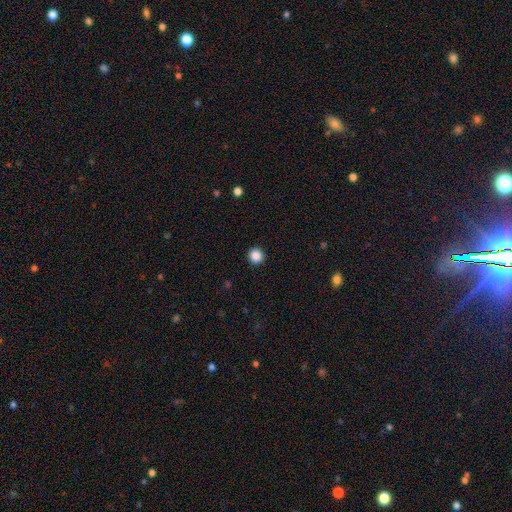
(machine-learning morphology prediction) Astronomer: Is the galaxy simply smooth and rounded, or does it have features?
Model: smooth — 87%.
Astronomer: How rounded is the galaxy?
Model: round — 93%.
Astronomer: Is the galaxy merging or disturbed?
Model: none — 93%.